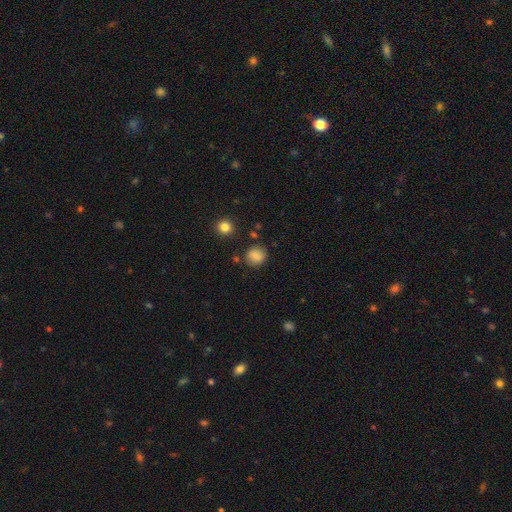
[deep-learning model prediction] smooth-or-featured: smooth: 83% | star or artifact: 11% | featured or disk: 7%
  how-rounded: round: 77% | in between: 21% | cigar-shaped: 1%
  merging: none: 79% | minor disturbance: 13% | major disturbance: 4% | merger: 4%